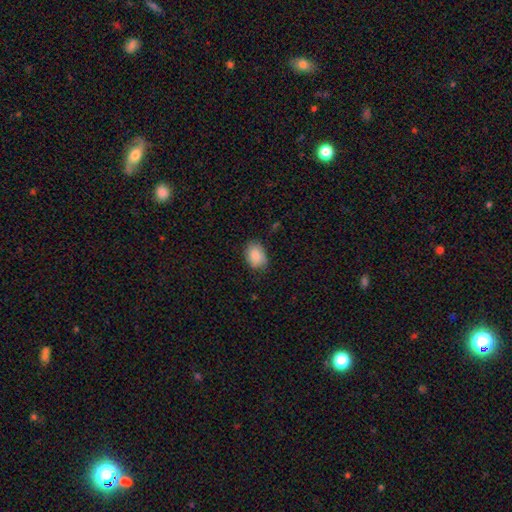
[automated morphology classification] Overall: smooth (86%). How rounded: in between (70%). Merging: none (73%).